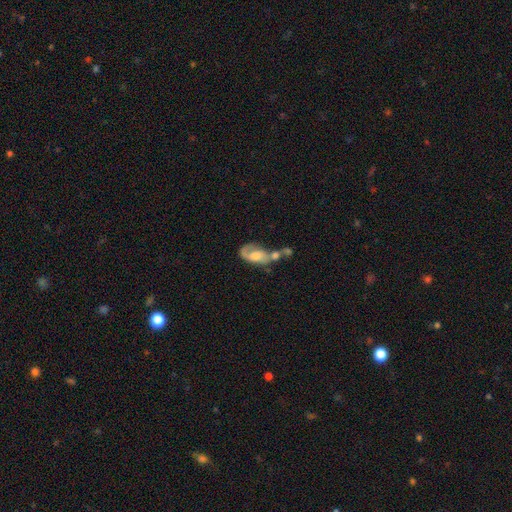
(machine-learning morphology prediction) Smooth or featured: featured or disk — 54% (smooth — 38%)
Edge-on disk: no — 94% (yes — 6%)
Bar: no — 67% (weak — 26%)
Spiral arms: yes — 67% (no — 33%)
Bulge size: moderate — 50% (large — 23%)
Merging: merger — 55% (major disturbance — 19%)